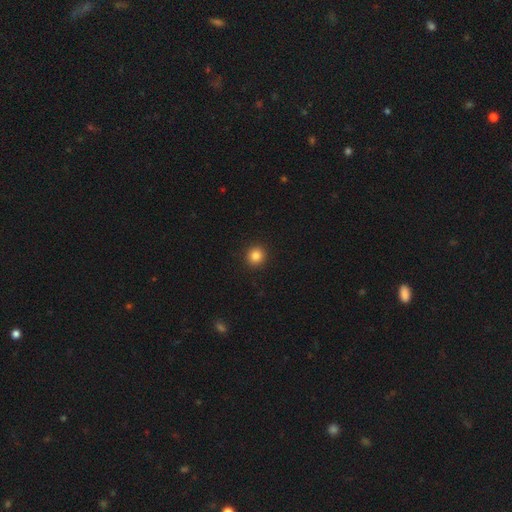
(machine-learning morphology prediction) A smooth galaxy with no disk features (84%) that is round (92%). Merging: none (93%).